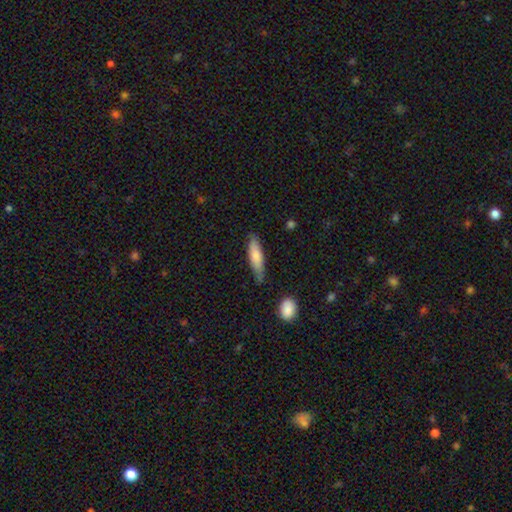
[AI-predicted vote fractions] A smooth galaxy with no disk features (76%) that is cigar-shaped (66%).

Vote fractions:
- Smooth or featured? smooth: 76% / featured or disk: 18% / star or artifact: 6%
- How rounded? cigar-shaped: 66% / in between: 32% / round: 2%
- Merging? none: 70% / minor disturbance: 22% / major disturbance: 4% / merger: 3%